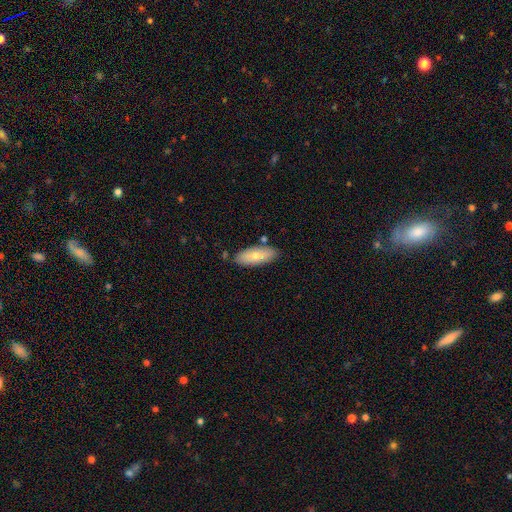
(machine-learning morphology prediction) Smooth or featured: smooth — 73% (featured or disk — 21%)
How rounded: in between — 75% (cigar-shaped — 22%)
Merging: none — 79% (minor disturbance — 13%)